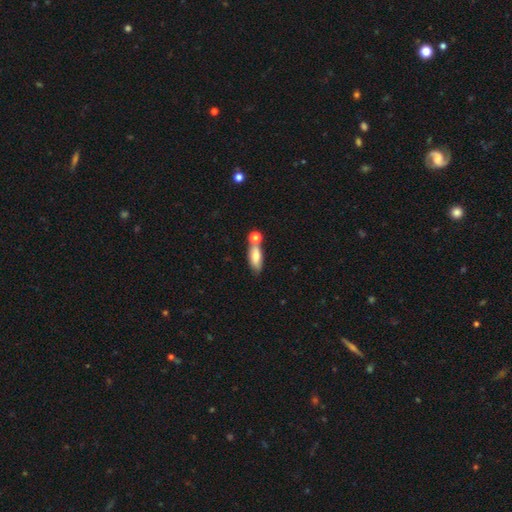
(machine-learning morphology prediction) This appears to be a smooth galaxy with no disk features (72%) that is in between round and cigar-shaped (68%). Merging: none (50%).